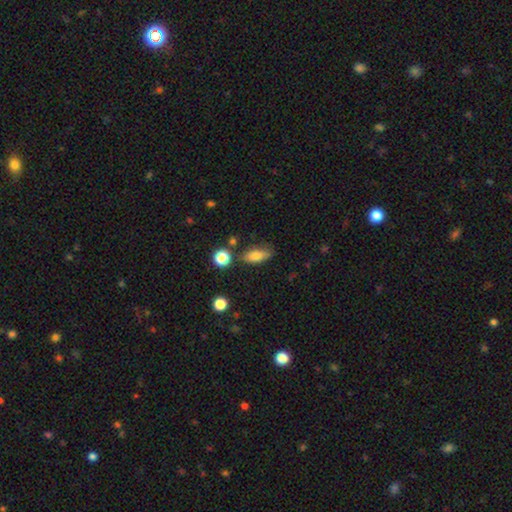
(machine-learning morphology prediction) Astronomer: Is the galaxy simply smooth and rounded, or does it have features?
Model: smooth — 77%.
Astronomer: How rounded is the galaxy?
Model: in between — 76%.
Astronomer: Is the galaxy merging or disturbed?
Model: none — 73%.